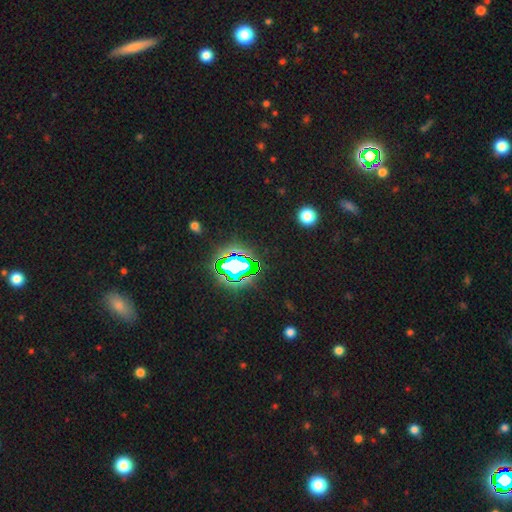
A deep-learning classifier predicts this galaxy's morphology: star or artifact 78%, smooth 13%, featured or disk 8%.